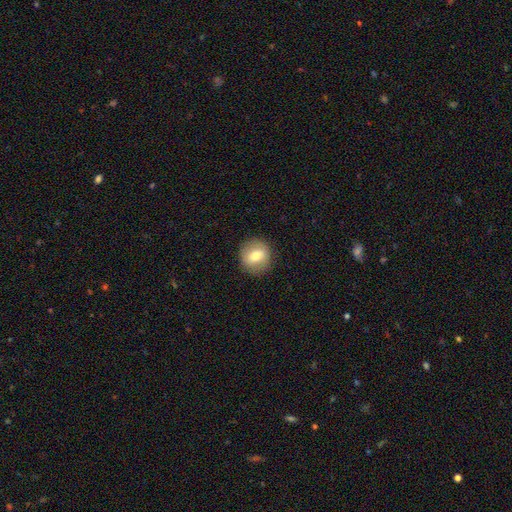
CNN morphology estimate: A smooth galaxy with no disk features (69%) that is round (87%). Merging: none (88%).